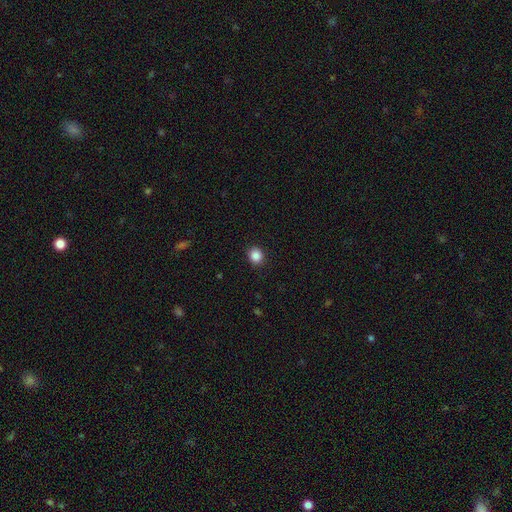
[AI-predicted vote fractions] smooth 87%, star or artifact 10%, featured or disk 3%. Down the decision tree: how rounded — round (77%); merging — none (91%).